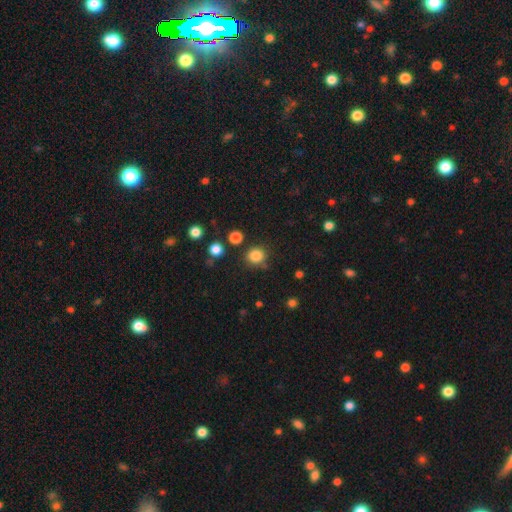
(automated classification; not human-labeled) A smooth galaxy with no disk features (84%) that is round (88%).

Vote fractions:
- Smooth or featured? smooth: 84% / star or artifact: 12% / featured or disk: 4%
- How rounded? round: 88% / in between: 11% / cigar-shaped: 1%
- Merging? none: 83% / minor disturbance: 10% / merger: 4% / major disturbance: 3%